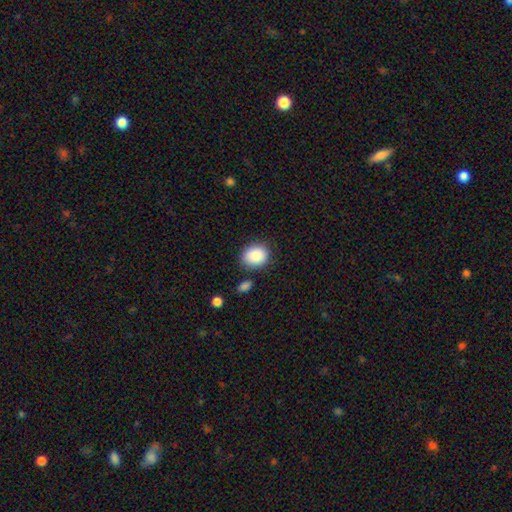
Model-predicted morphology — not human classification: This appears to be a smooth galaxy with no disk features (88%) that is round (58%). Merging: none (81%).